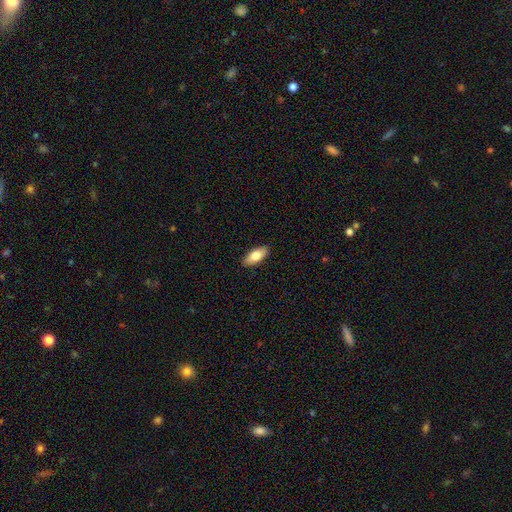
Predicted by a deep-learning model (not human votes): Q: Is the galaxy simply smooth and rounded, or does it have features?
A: smooth — 75%.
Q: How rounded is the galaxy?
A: in between — 84%.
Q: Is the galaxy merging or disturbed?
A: none — 89%.